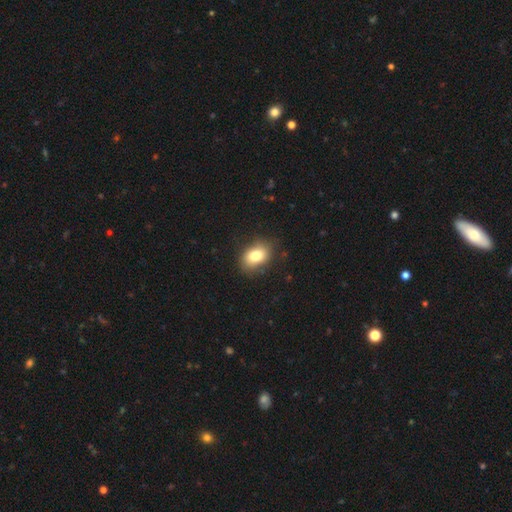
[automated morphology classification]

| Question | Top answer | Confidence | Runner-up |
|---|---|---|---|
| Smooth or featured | smooth | 80% | featured or disk (11%) |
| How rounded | in between | 76% | round (23%) |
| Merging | none | 81% | minor disturbance (14%) |